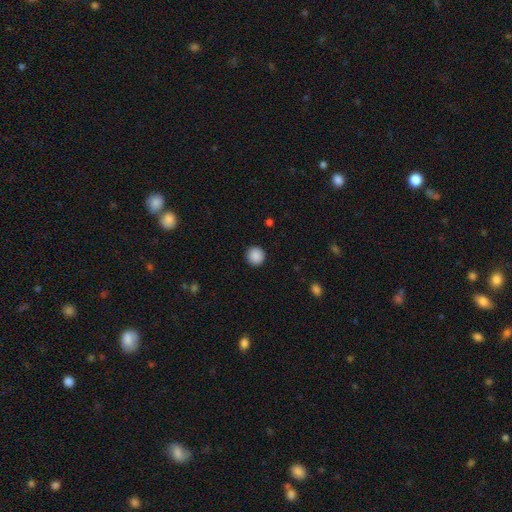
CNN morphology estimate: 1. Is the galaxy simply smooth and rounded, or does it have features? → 89% smooth, 9% star or artifact, 3% featured or disk.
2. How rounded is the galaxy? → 95% round, 4% in between, 1% cigar-shaped.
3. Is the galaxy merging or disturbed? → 92% none, 5% minor disturbance, 2% major disturbance, 1% merger.